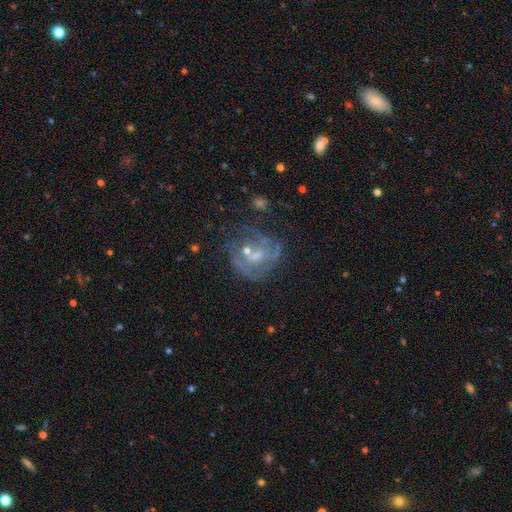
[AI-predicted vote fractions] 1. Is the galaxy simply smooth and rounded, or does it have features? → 64% featured or disk, 20% smooth, 15% star or artifact.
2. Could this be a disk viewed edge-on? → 97% no, 3% yes.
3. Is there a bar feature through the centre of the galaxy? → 60% no, 32% weak, 8% strong.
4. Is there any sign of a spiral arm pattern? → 57% yes, 43% no.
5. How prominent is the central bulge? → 45% small, 38% moderate, 13% none, 3% large, 1% dominant.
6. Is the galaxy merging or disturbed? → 48% none, 19% major disturbance, 18% minor disturbance, 16% merger.